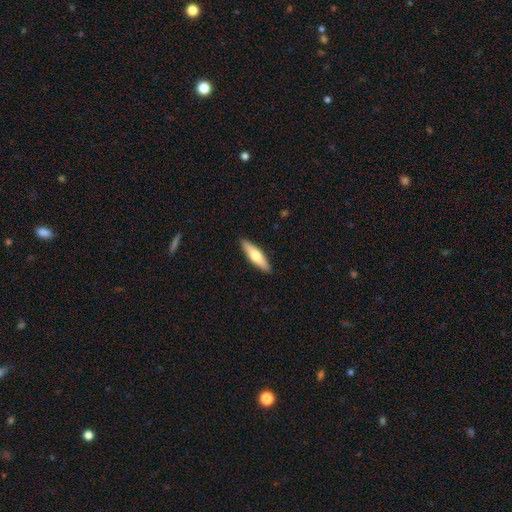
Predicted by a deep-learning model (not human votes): The model was most divided on "smooth or featured": smooth: 59%, featured or disk: 36%, star or artifact: 5%. More confident: merging — none (90%); how rounded — cigar-shaped (69%).